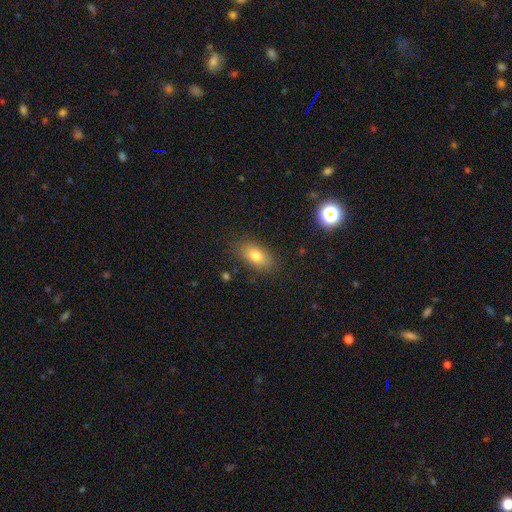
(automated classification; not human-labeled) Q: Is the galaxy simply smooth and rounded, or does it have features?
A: smooth — 78%.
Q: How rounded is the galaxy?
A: in between — 87%.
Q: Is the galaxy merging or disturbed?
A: none — 84%.